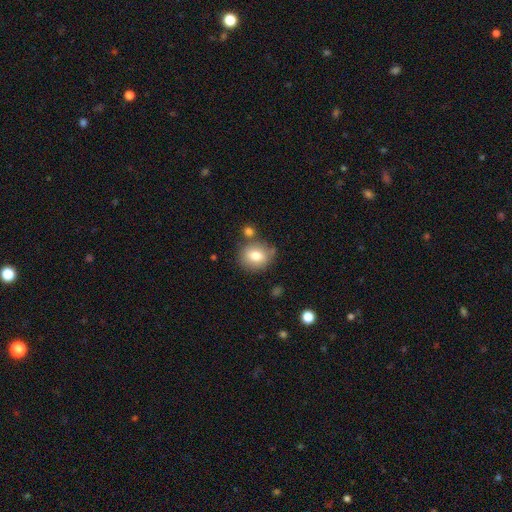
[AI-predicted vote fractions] Morphology: type=smooth (77%); roundness=round (69%); merging=none (70%).